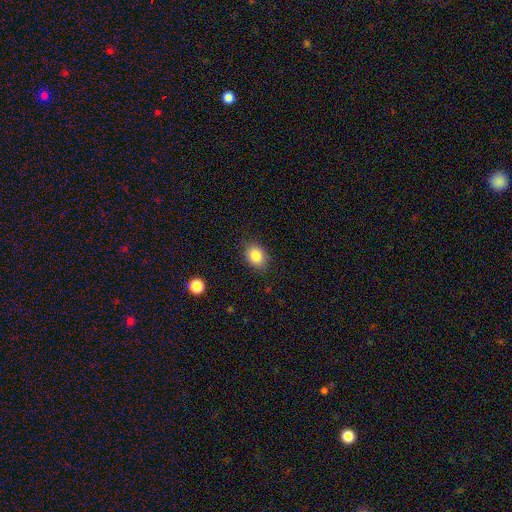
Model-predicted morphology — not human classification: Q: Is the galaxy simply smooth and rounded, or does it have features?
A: smooth — 84%.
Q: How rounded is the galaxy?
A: in between — 64%.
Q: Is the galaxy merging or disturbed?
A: none — 84%.